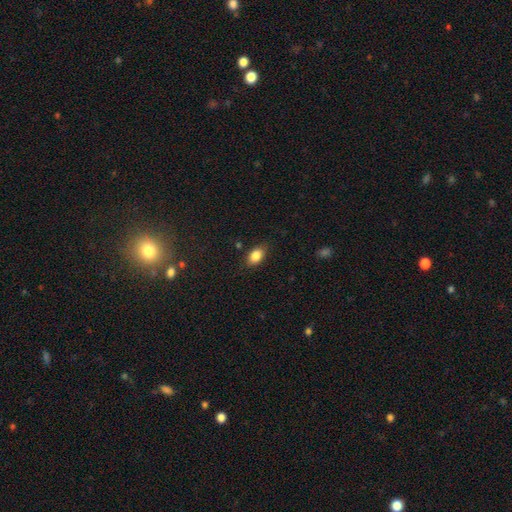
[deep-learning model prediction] This is clearly a smooth galaxy (85%). How rounded: clearly in between (87%). Merging: clearly none (83%).